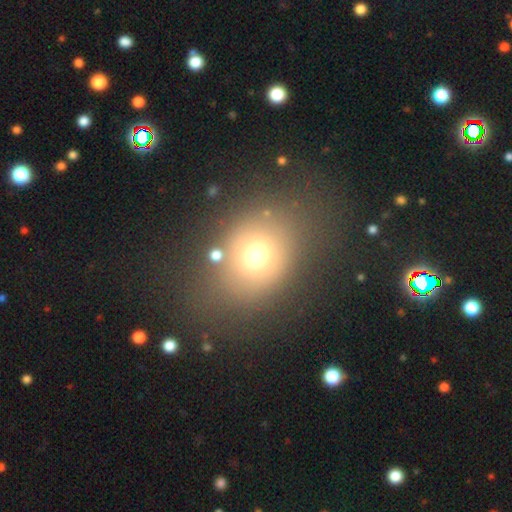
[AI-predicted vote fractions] A smooth galaxy with no disk features (68%) that is round (52%).

Vote fractions:
- Smooth or featured? smooth: 68% / star or artifact: 17% / featured or disk: 15%
- How rounded? round: 52% / in between: 46% / cigar-shaped: 1%
- Merging? none: 74% / minor disturbance: 13% / major disturbance: 9% / merger: 5%